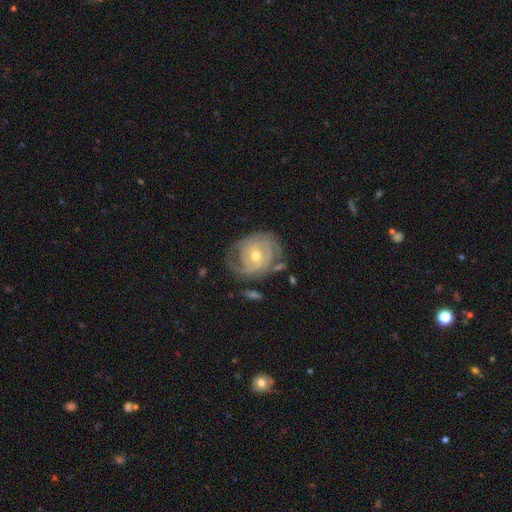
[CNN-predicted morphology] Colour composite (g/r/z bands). It shows a featured or disk galaxy (85%) with no bar (60%), 2 (32%) tight (69%) spiral arms (94%) and a moderate central bulge (62%). Merging: none (64%).